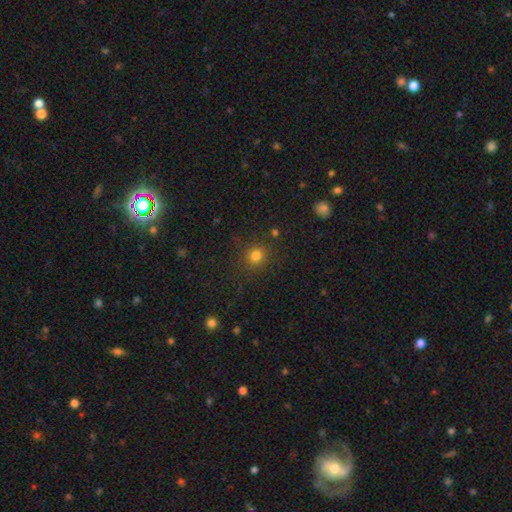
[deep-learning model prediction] Q: Smooth or featured?
A: smooth (78%); runner-up: star or artifact (17%)
Q: How rounded?
A: round (88%); runner-up: in between (11%)
Q: Merging?
A: none (85%); runner-up: minor disturbance (9%)